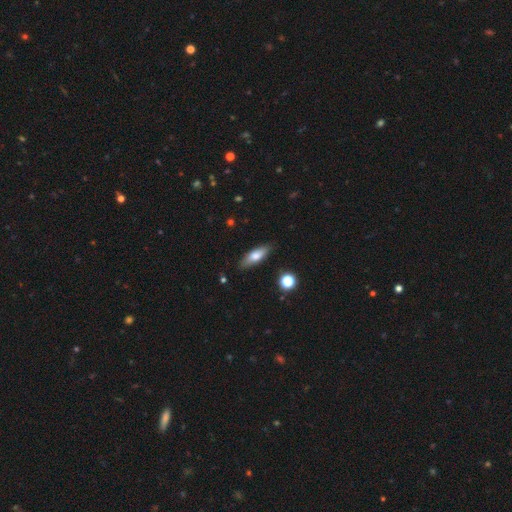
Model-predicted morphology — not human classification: type=smooth (70%); roundness=in between (54%); merging=none (85%).